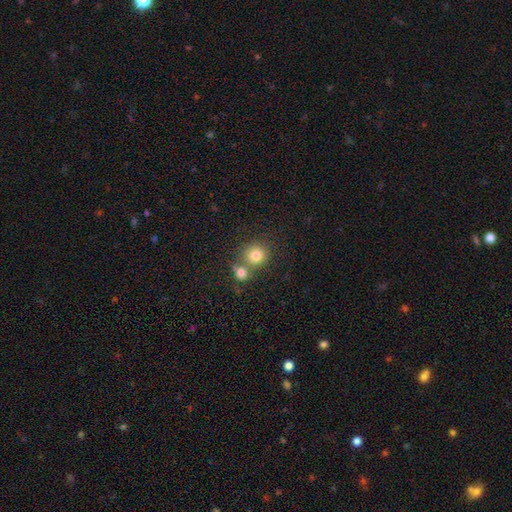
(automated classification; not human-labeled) This appears to be a smooth galaxy with no disk features (80%) that is round (88%). Merging: none (56%).